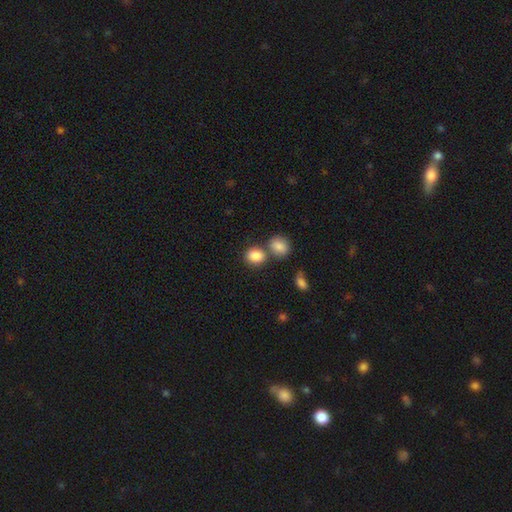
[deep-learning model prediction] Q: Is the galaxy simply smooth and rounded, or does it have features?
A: smooth — 86%.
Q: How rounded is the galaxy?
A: round — 56%.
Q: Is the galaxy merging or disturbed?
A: none — 55%.